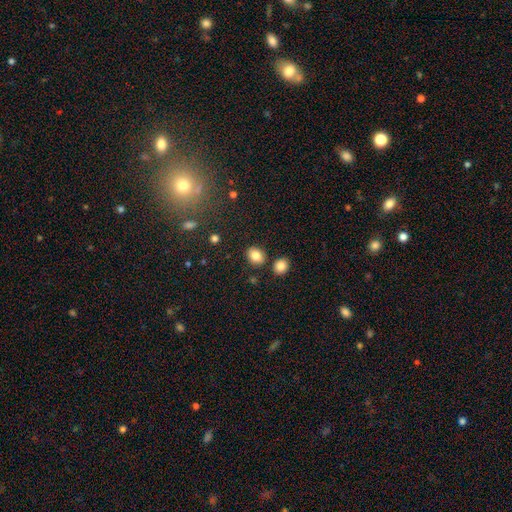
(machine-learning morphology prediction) Smooth or featured?
  - smooth: 85% *
  - star or artifact: 9%
  - featured or disk: 6%
How rounded?
  - in between: 51% *
  - round: 48%
  - cigar-shaped: 1%
Merging?
  - none: 80% *
  - minor disturbance: 9%
  - merger: 8%
  - major disturbance: 3%